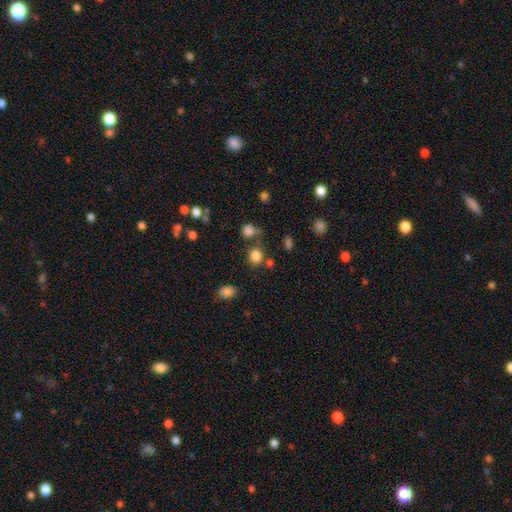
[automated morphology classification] type=smooth (82%); roundness=round (72%); merging=none (70%).